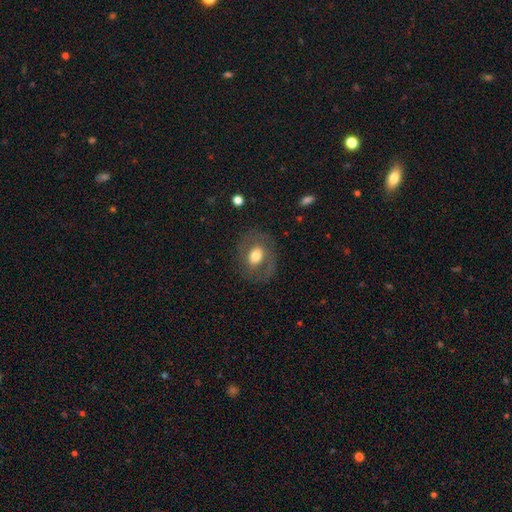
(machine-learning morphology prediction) type=smooth (52%); roundness=in between (52%); merging=none (75%).